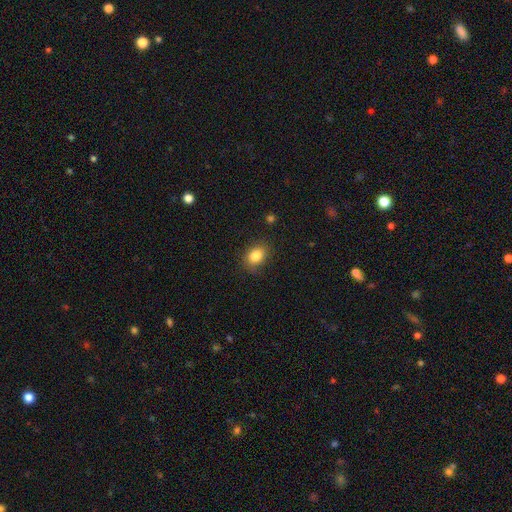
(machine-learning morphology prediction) smooth_or_featured: smooth (p=0.84) [alt: star or artifact p=0.09]
how_rounded: in between (p=0.71) [alt: round p=0.28]
merging: none (p=0.84) [alt: minor disturbance p=0.12]